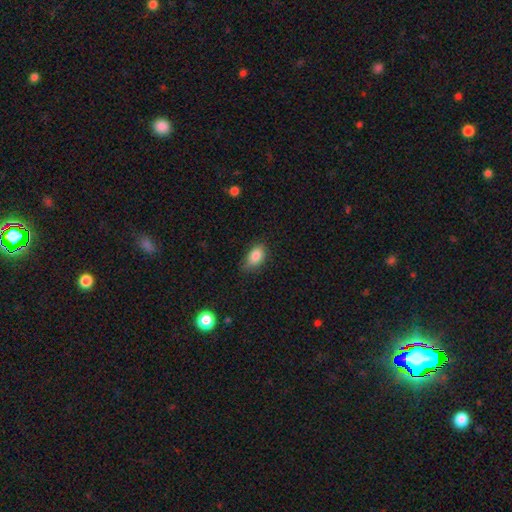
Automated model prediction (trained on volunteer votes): Overall: smooth (85%). How rounded: in between (88%). Merging: none (71%).